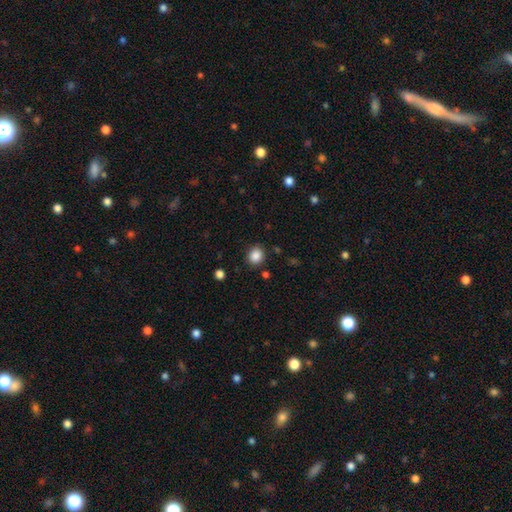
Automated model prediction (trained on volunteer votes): A smooth galaxy with no disk features (86%) that is round (72%).

Vote fractions:
- Smooth or featured? smooth: 86% / star or artifact: 10% / featured or disk: 4%
- How rounded? round: 72% / in between: 27% / cigar-shaped: 1%
- Merging? none: 87% / minor disturbance: 9% / major disturbance: 3% / merger: 2%